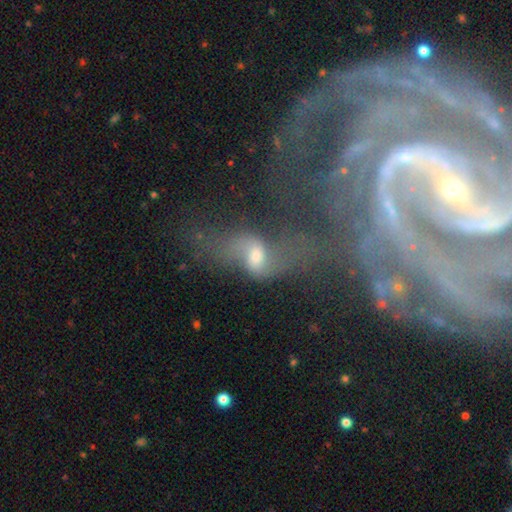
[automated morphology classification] Q: Smooth or featured?
A: featured or disk (55%); runner-up: smooth (30%)
Q: Edge-on disk?
A: no (90%); runner-up: yes (10%)
Q: Merging?
A: merger (35%); runner-up: major disturbance (27%)